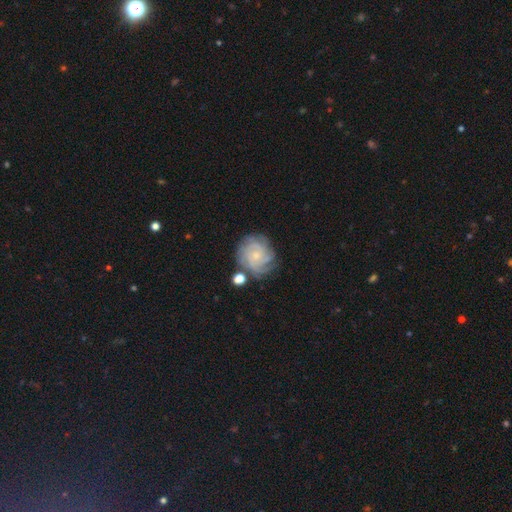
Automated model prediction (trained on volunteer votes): Smooth or featured? featured or disk (81%)
Edge-on disk? no (98%)
Bar? no (78%)
Spiral arms? yes (96%)
Spiral winding? tight (71%)
Spiral arm count? 4 (30%)
Bulge size? small (78%)
Merging? none (72%)